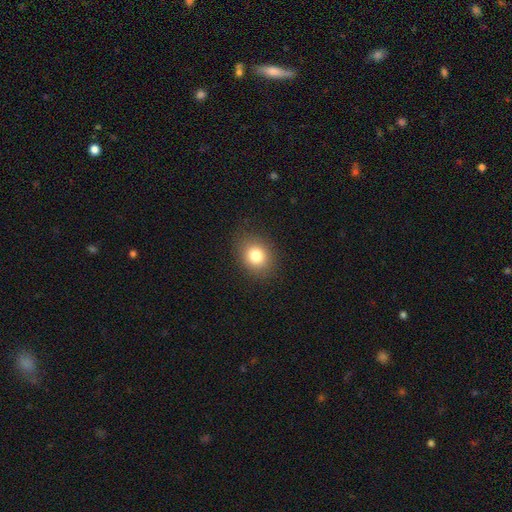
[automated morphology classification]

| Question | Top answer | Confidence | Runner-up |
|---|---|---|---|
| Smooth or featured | smooth | 81% | star or artifact (11%) |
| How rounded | round | 61% | in between (39%) |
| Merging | none | 86% | minor disturbance (10%) |